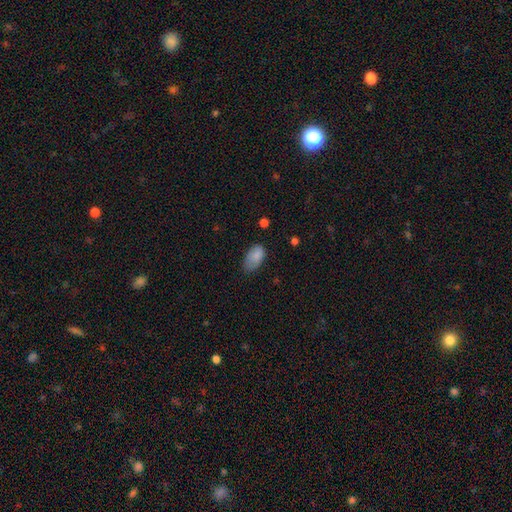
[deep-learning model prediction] smooth-or-featured: smooth: 85% | star or artifact: 8% | featured or disk: 7%
  how-rounded: in between: 93% | round: 5% | cigar-shaped: 2%
  merging: none: 52% | minor disturbance: 37% | major disturbance: 9% | merger: 2%